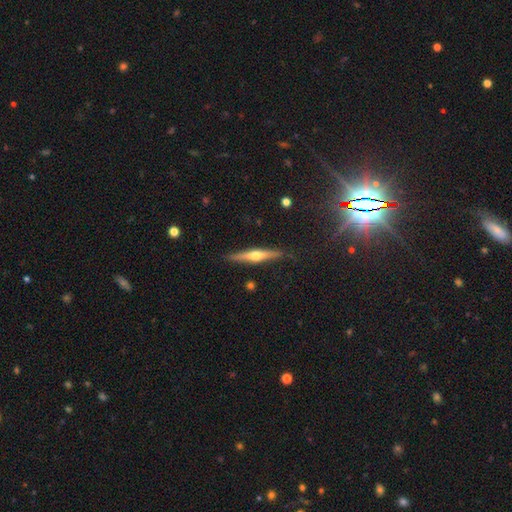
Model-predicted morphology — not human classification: Smooth or featured? featured or disk (67%)
Edge-on disk? yes (97%)
Edge-on bulge? rounded (92%)
Merging? none (88%)